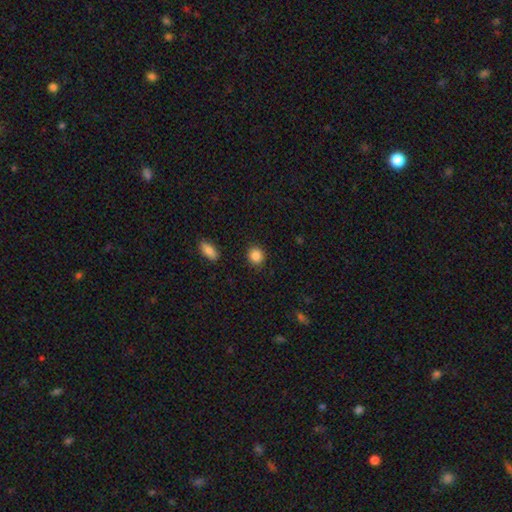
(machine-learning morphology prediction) Smooth or featured?
  - smooth: 87% *
  - star or artifact: 9%
  - featured or disk: 4%
How rounded?
  - round: 79% *
  - in between: 20%
  - cigar-shaped: 1%
Merging?
  - none: 89% *
  - minor disturbance: 7%
  - major disturbance: 2%
  - merger: 2%